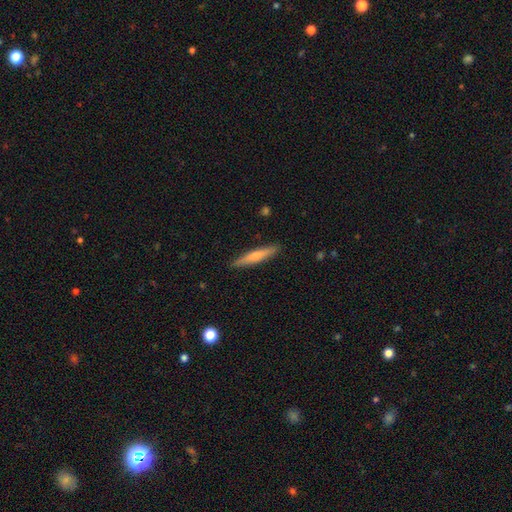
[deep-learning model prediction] Smooth or featured? Predicted: smooth (p=0.61). How rounded? Predicted: cigar-shaped (p=0.92). Merging? Predicted: none (p=0.89).